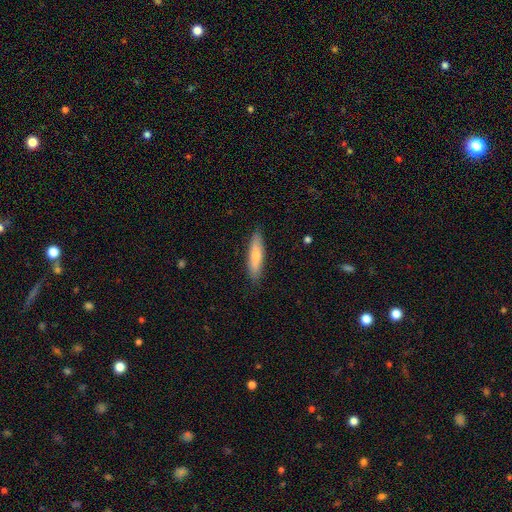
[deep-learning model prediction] smooth 70%, featured or disk 24%, star or artifact 6%. Down the decision tree: how rounded — cigar-shaped (71%); merging — none (87%).